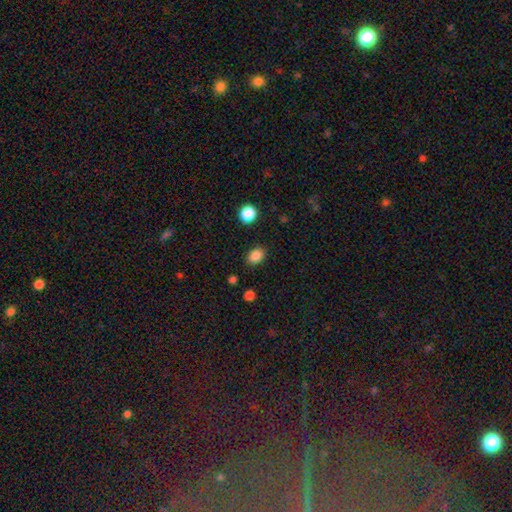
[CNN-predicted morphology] smooth 86%, star or artifact 10%, featured or disk 4%. Down the decision tree: how rounded — in between (68%); merging — none (86%).